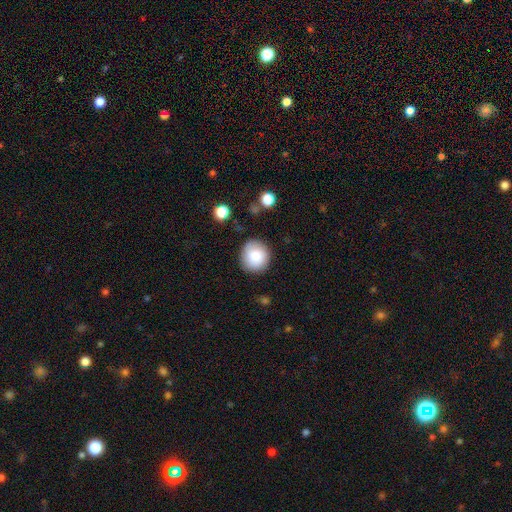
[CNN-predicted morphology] smooth_or_featured: smooth (p=0.85) [alt: star or artifact p=0.08]
how_rounded: round (p=0.90) [alt: in between p=0.09]
merging: none (p=0.85) [alt: minor disturbance p=0.11]